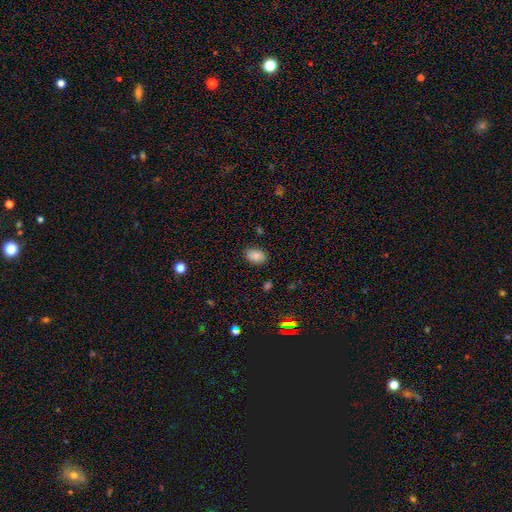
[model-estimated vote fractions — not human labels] Overall: smooth (86%). How rounded: in between (87%). Merging: none (86%).